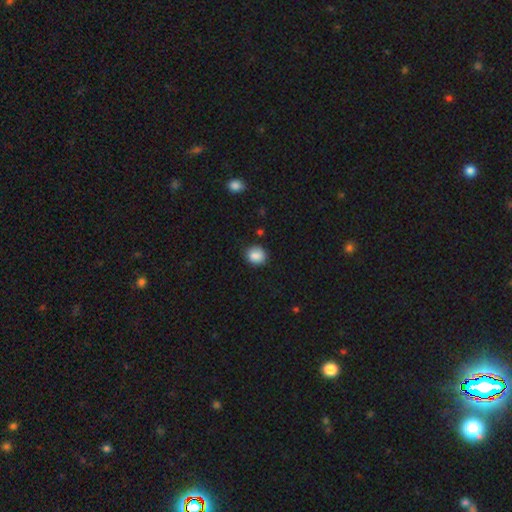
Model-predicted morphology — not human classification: This is clearly a smooth galaxy (86%). How rounded: likely round (74%). Merging: clearly none (83%).